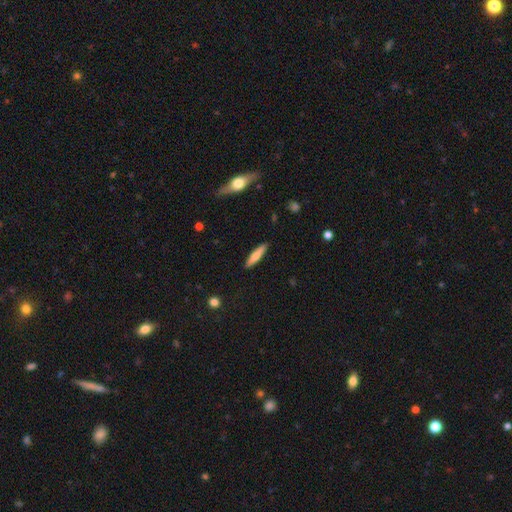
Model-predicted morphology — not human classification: Smooth or featured: smooth — 68% (featured or disk — 26%)
How rounded: cigar-shaped — 83% (in between — 15%)
Merging: none — 88% (minor disturbance — 9%)